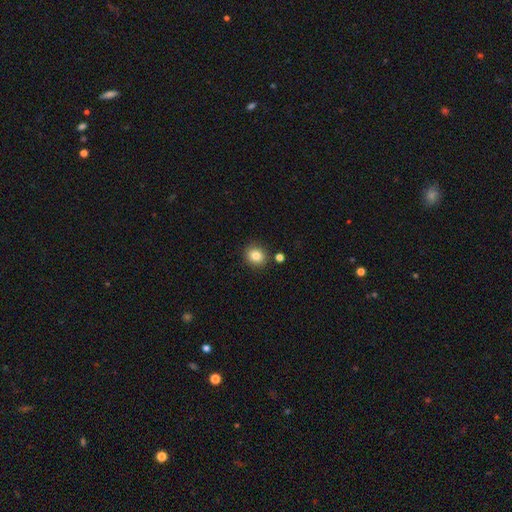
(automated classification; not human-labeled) Q: Smooth or featured?
A: smooth (83%); runner-up: star or artifact (11%)
Q: How rounded?
A: round (77%); runner-up: in between (22%)
Q: Merging?
A: none (85%); runner-up: minor disturbance (8%)